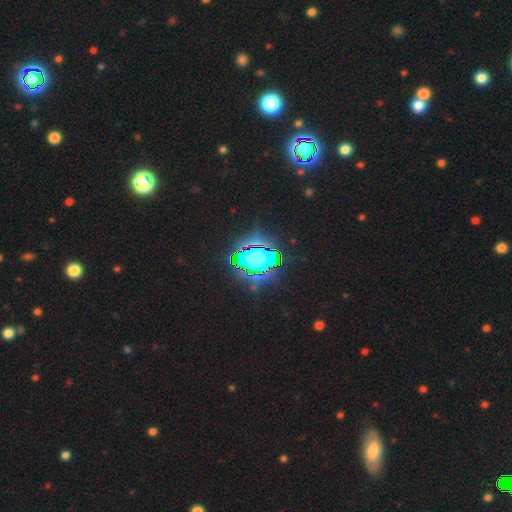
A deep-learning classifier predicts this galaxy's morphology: Smooth or featured? Predicted: star or artifact (p=0.70).